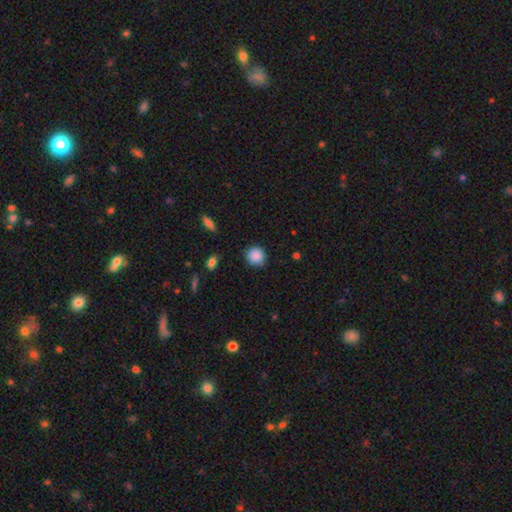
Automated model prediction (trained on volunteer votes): Overall: smooth (87%). How rounded: round (92%). Merging: none (83%).